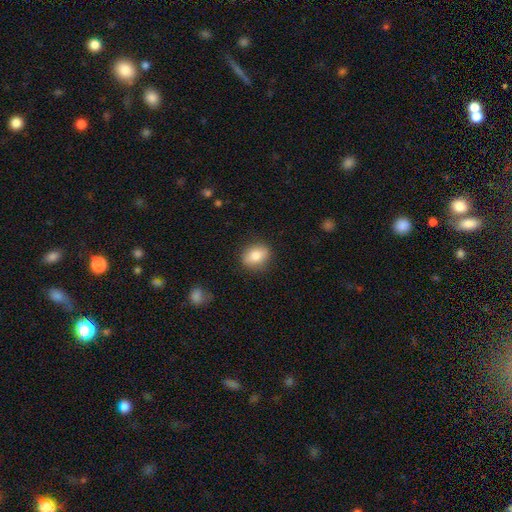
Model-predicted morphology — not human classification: A smooth galaxy with no disk features (79%) that is in between round and cigar-shaped (58%).

Vote fractions:
- Smooth or featured? smooth: 79% / featured or disk: 13% / star or artifact: 8%
- How rounded? in between: 58% / round: 40% / cigar-shaped: 2%
- Merging? none: 86% / minor disturbance: 11% / major disturbance: 3% / merger: 1%